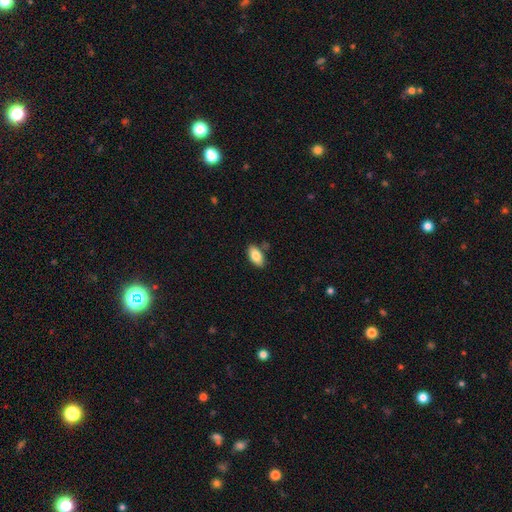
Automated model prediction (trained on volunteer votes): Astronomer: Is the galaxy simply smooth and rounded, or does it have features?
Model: smooth — 82%.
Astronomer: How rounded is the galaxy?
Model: in between — 92%.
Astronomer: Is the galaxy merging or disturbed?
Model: none — 81%.